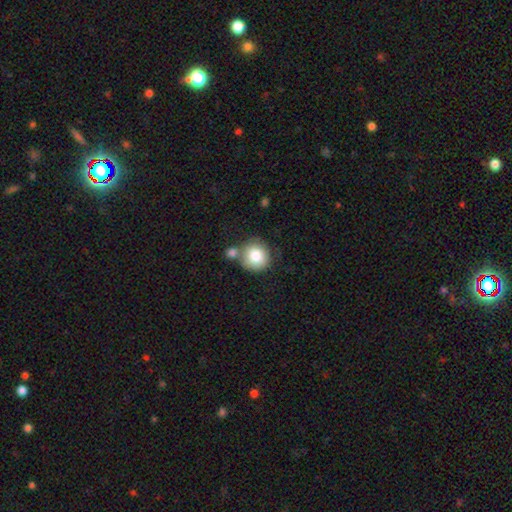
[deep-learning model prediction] This is clearly a smooth galaxy (81%). How rounded: clearly round (90%). Merging: possibly none (57%).